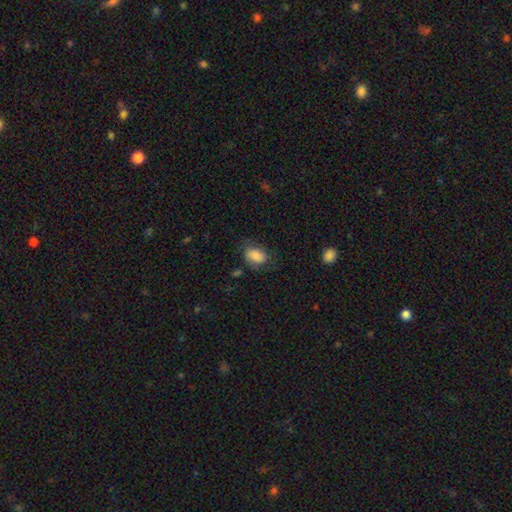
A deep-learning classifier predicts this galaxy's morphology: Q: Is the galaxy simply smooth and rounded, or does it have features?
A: smooth — 80%.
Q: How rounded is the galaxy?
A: in between — 80%.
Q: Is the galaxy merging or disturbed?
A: none — 59%.